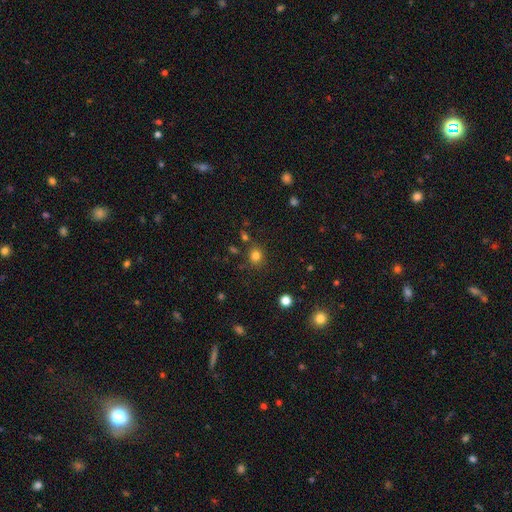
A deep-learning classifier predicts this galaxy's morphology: Q: Smooth or featured?
A: smooth (79%); runner-up: star or artifact (15%)
Q: How rounded?
A: round (77%); runner-up: in between (22%)
Q: Merging?
A: none (80%); runner-up: minor disturbance (11%)